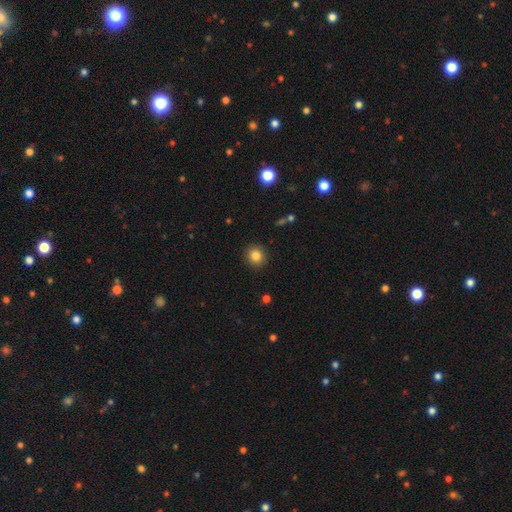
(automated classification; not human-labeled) A smooth galaxy with no disk features (84%) that is round (89%). Merging: none (91%).